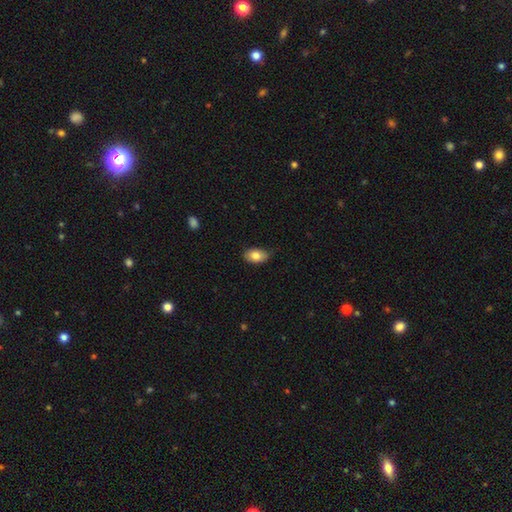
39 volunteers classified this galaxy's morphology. Smooth or featured? 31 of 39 (79%) said smooth. How rounded? 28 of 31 (90%) said in between. Merging? 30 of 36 (83%) said none.